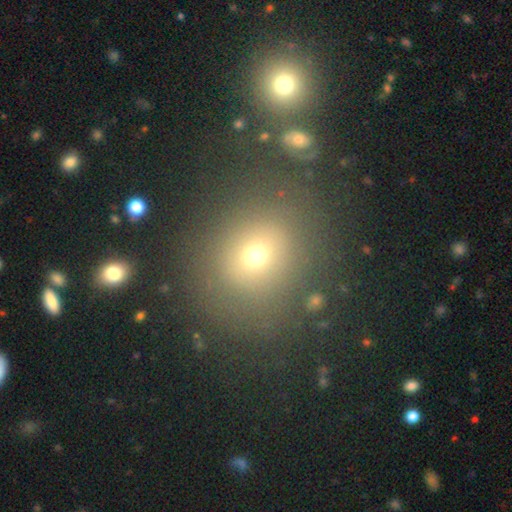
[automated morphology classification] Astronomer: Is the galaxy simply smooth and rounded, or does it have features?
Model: smooth — 65%.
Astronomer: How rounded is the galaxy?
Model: round — 78%.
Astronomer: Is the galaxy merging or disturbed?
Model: none — 78%.